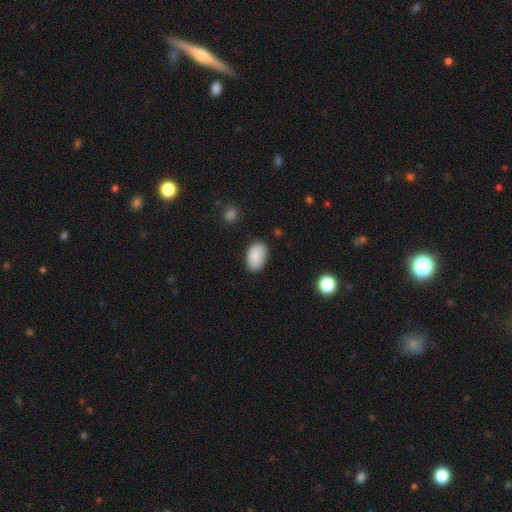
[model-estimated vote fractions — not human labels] Morphology: type=smooth (87%); roundness=in between (92%); merging=none (83%).